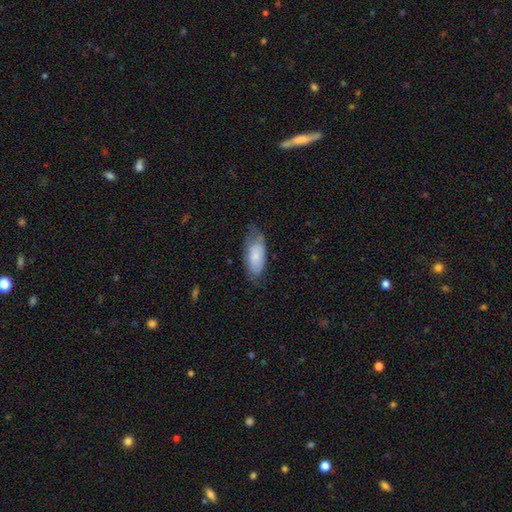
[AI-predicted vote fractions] smooth 73%, featured or disk 21%, star or artifact 6%. Down the decision tree: how rounded — in between (86%); merging — none (53%).